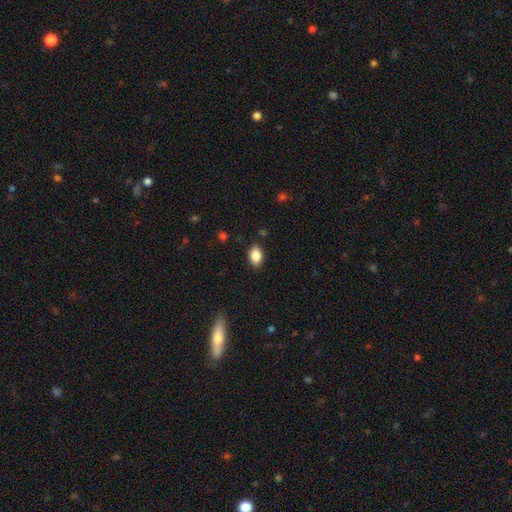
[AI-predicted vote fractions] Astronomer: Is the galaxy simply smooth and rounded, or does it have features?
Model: smooth — 86%.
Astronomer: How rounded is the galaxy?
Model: in between — 84%.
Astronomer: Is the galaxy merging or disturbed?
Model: none — 87%.